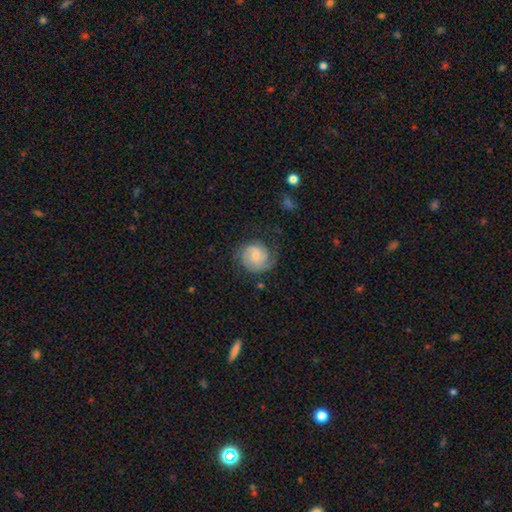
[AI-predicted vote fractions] smooth-or-featured: featured or disk: 65% | smooth: 29% | star or artifact: 7%
  disk-edge-on: no: 98% | yes: 2%
    bar: no: 46% (tied) | weak: 46% (tied) | strong: 8%
    has-spiral-arms: yes: 92% | no: 8%
      spiral-winding: tight: 47% | medium: 39% | loose: 14%
      spiral-arm-count: 2: 57% | can't tell: 19% | 3: 12% | 1: 7% | 4: 3% | more than 4: 2%
    bulge-size: small: 61% | moderate: 28% | none: 7% | large: 2% | dominant: 1%
  merging: none: 65% | minor disturbance: 21% | major disturbance: 12% | merger: 2%